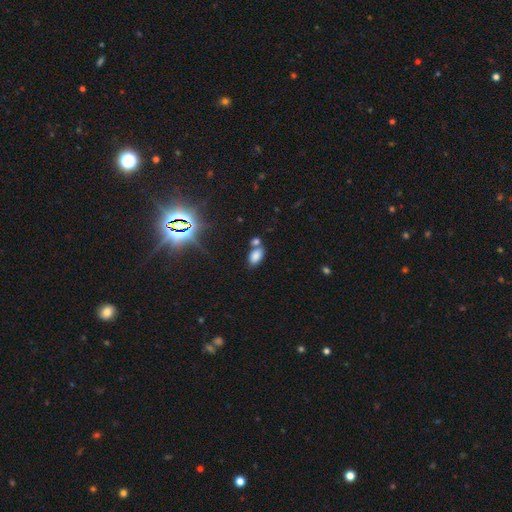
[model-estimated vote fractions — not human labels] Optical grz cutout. It shows a smooth galaxy with no disk features (79%) that is in between round and cigar-shaped (92%). Merging: none (54%).